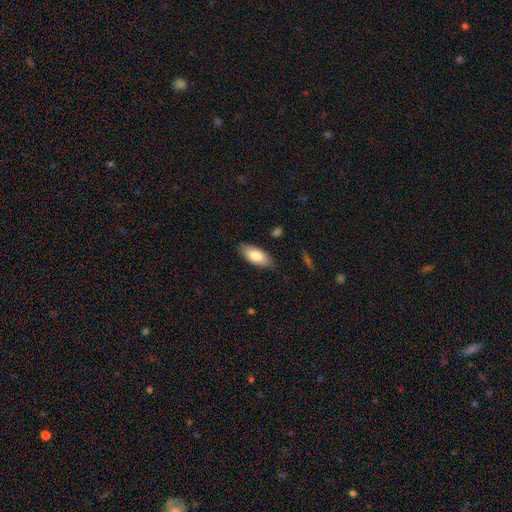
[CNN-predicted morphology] smooth 80%, featured or disk 14%, star or artifact 6%. Down the decision tree: how rounded — in between (85%); merging — none (83%).